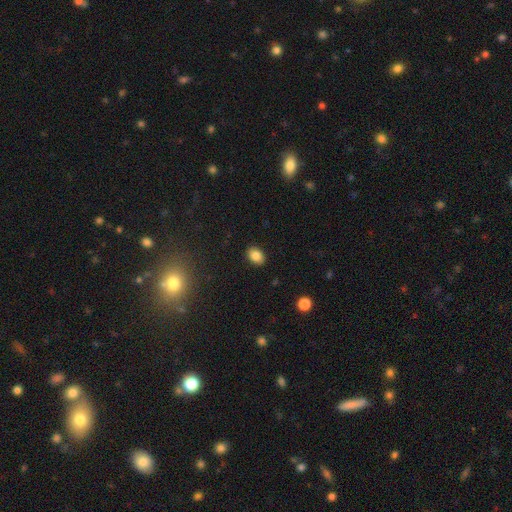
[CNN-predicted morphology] The model was most divided on "how rounded": in between: 77%, round: 22%, cigar-shaped: 1%. More confident: merging — none (88%); smooth or featured — smooth (85%).